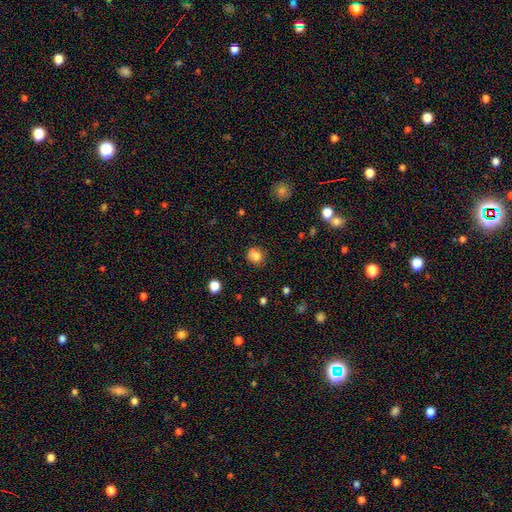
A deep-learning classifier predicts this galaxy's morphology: type=smooth (78%); roundness=round (76%); merging=none (71%).